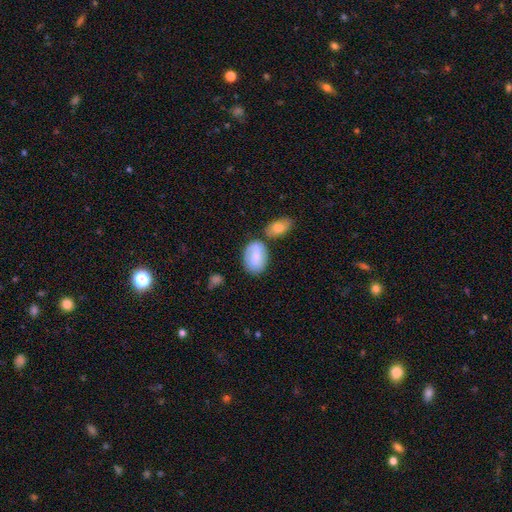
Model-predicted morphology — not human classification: smooth_or_featured: smooth (p=0.61) [alt: featured or disk p=0.32]
how_rounded: in between (p=0.85) [alt: round p=0.13]
merging: none (p=0.59) [alt: minor disturbance p=0.20]